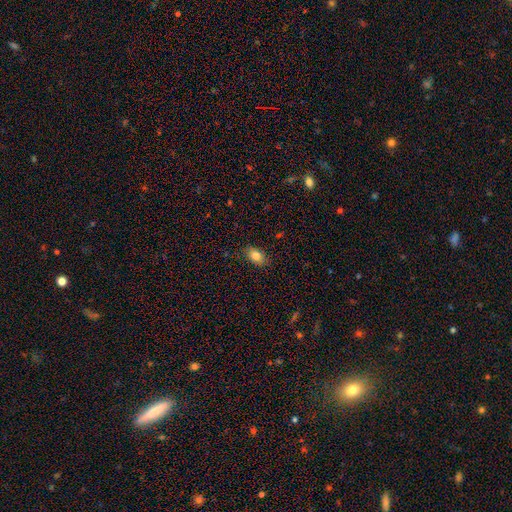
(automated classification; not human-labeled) The model was most divided on "smooth or featured": smooth: 83%, star or artifact: 9%, featured or disk: 8%. More confident: how rounded — in between (86%); merging — none (86%).